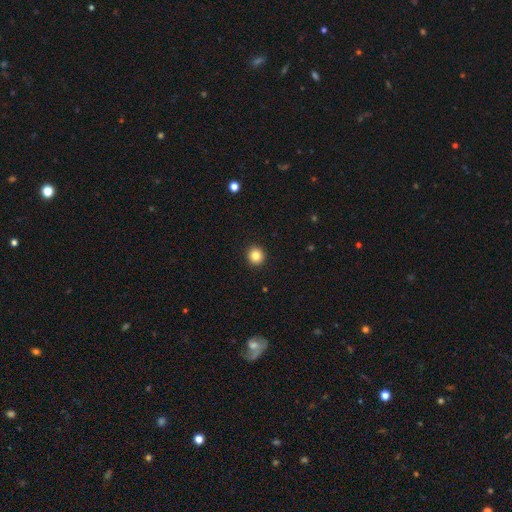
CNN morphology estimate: A smooth galaxy with no disk features (84%) that is round (93%).

Vote fractions:
- Smooth or featured? smooth: 84% / star or artifact: 10% / featured or disk: 5%
- How rounded? round: 93% / in between: 6% / cigar-shaped: 1%
- Merging? none: 94% / minor disturbance: 4% / major disturbance: 1% / merger: 1%